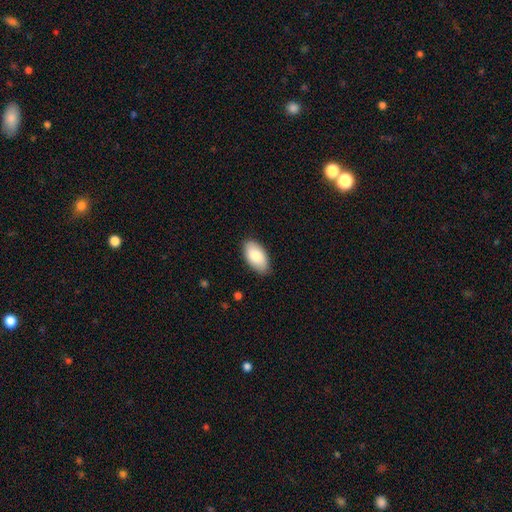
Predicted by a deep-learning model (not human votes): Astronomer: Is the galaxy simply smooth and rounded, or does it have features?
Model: smooth — 83%.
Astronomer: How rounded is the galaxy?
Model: in between — 96%.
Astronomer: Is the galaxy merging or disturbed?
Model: none — 85%.